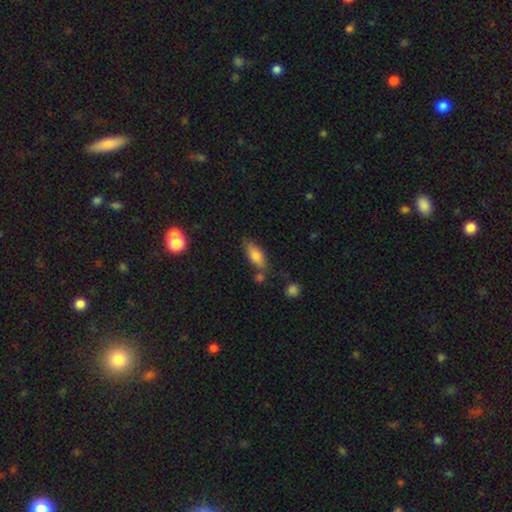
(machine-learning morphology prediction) Overall: smooth (81%). How rounded: in between (78%). Merging: none (64%).